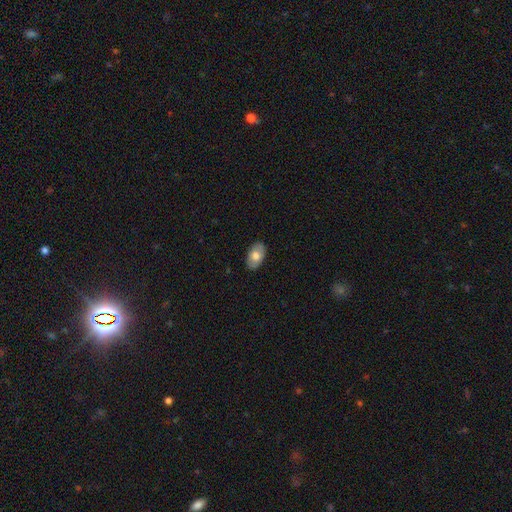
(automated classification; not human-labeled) Smooth or featured? smooth (69%)
How rounded? in between (93%)
Merging? none (87%)